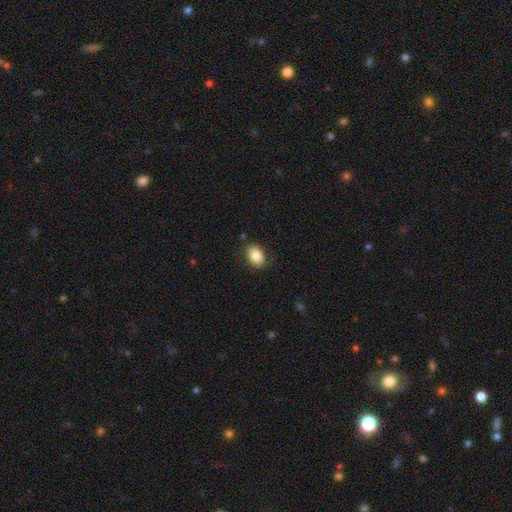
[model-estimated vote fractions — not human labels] A smooth galaxy with no disk features (83%) that is in between round and cigar-shaped (77%). Merging: none (85%).